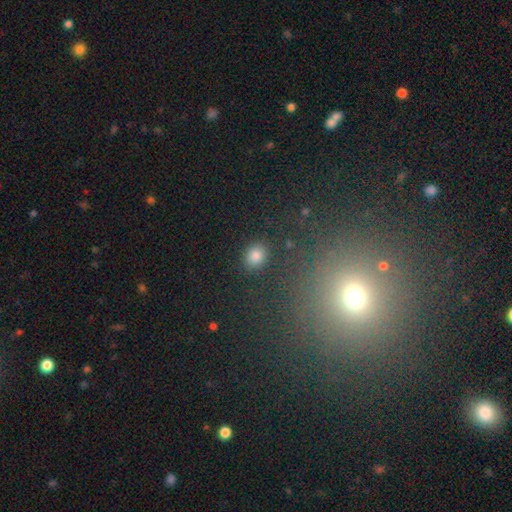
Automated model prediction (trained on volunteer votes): smooth 81%, star or artifact 13%, featured or disk 6%. Down the decision tree: how rounded — round (64%); merging — none (89%).